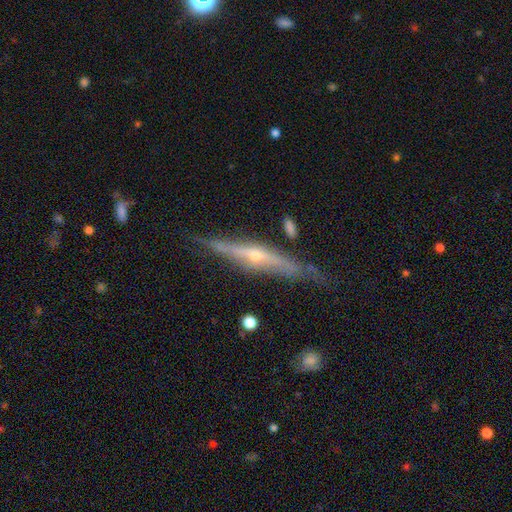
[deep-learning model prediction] Smooth or featured? Predicted: featured or disk (p=0.81). Edge-on disk? Predicted: yes (p=0.94). Edge-on bulge? Predicted: rounded (p=0.82). Merging? Predicted: none (p=0.76).